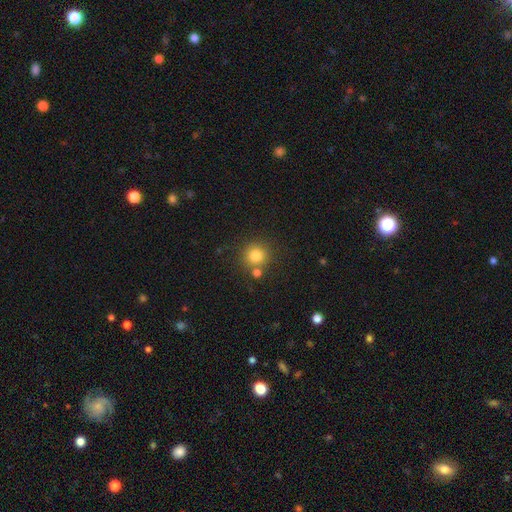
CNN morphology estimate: Overall: smooth (81%). How rounded: round (92%). Merging: none (75%).